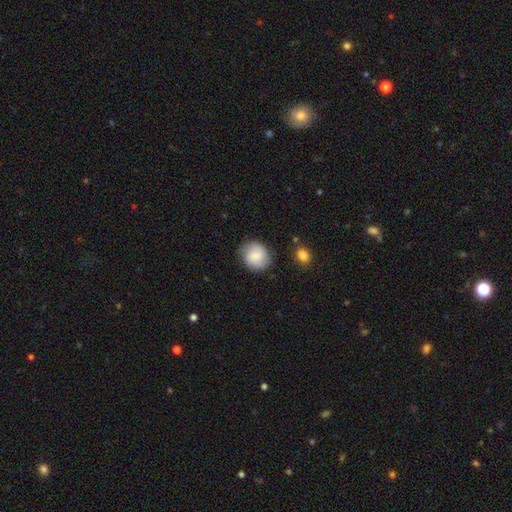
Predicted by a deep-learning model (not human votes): smooth 68%, featured or disk 24%, star or artifact 8%. Down the decision tree: how rounded — round (82%); merging — none (79%).